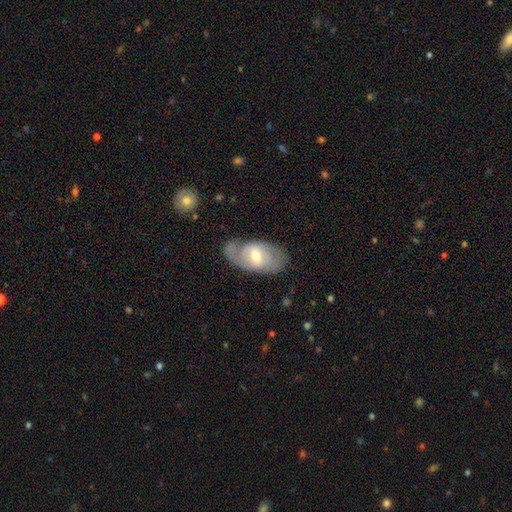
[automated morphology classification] Smooth or featured: featured or disk — 70% (smooth — 24%)
Edge-on disk: no — 94% (yes — 6%)
Bar: weak — 58% (no — 23%)
Spiral arms: yes — 84% (no — 16%)
Spiral winding: medium — 41% (tied with tight — 41%)
Spiral arm count: 2 — 61% (can't tell — 23%)
Bulge size: moderate — 60% (small — 34%)
Merging: none — 66% (minor disturbance — 23%)